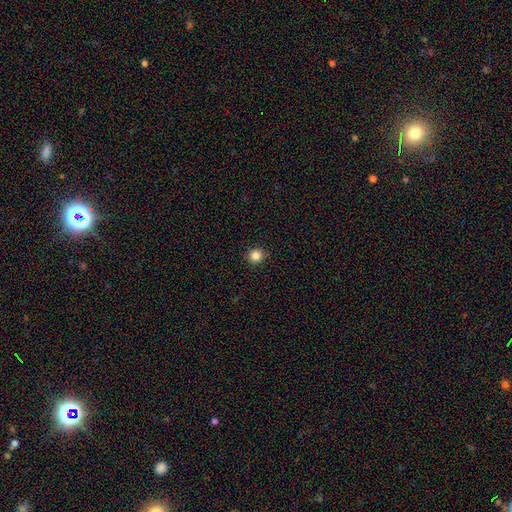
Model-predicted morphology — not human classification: Overall: smooth (84%). How rounded: round (93%). Merging: none (93%).